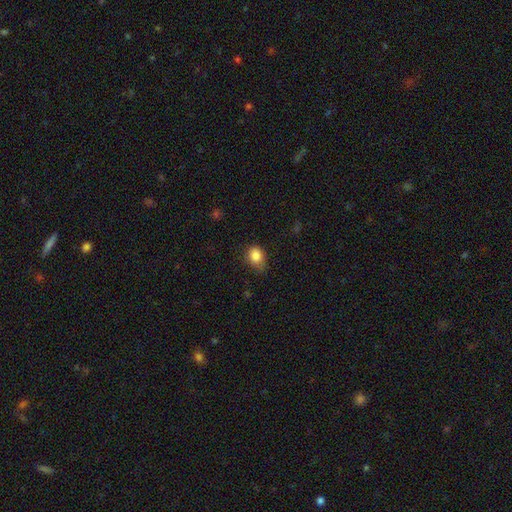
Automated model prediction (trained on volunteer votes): This is clearly a smooth galaxy (85%). How rounded: possibly round (51%). Merging: likely none (64%).